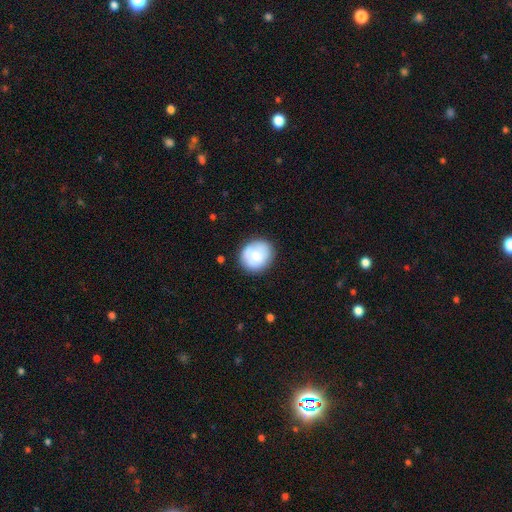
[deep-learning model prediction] Morphology: type=smooth (76%); roundness=round (74%); merging=none (79%).